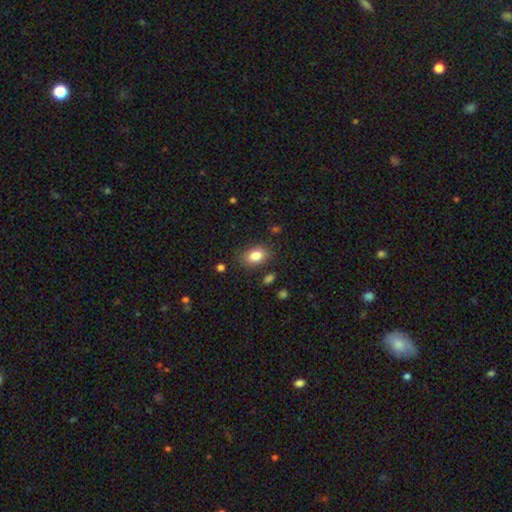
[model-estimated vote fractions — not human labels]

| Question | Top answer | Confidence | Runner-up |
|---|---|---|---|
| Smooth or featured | smooth | 83% | star or artifact (9%) |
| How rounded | in between | 81% | round (17%) |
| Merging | none | 82% | minor disturbance (13%) |